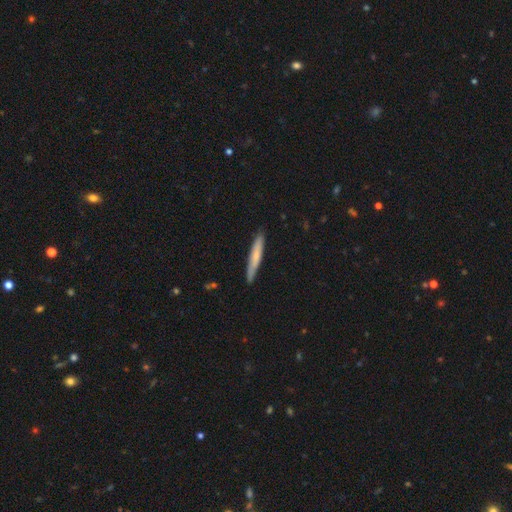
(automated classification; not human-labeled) A smooth galaxy with no disk features (63%) that is cigar-shaped (94%). Merging: none (87%).